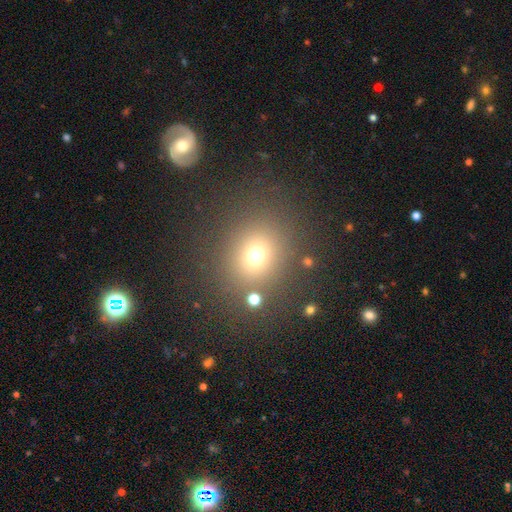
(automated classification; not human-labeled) Smooth or featured: smooth — 69% (star or artifact — 22%)
How rounded: round — 77% (in between — 22%)
Merging: none — 81% (minor disturbance — 9%)